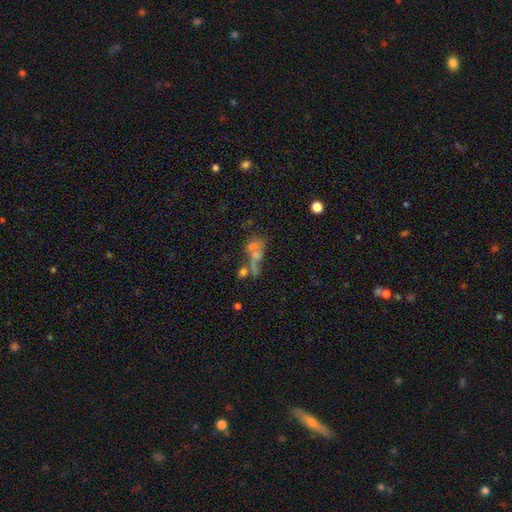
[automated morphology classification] Q: Smooth or featured?
A: smooth (38%); runner-up: featured or disk (37%)
Q: Merging?
A: merger (45%); runner-up: none (26%)